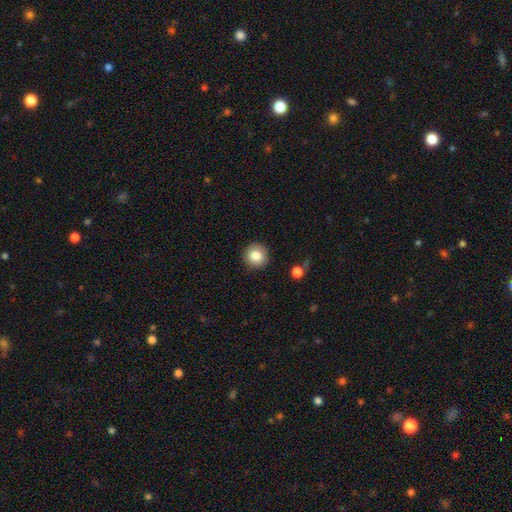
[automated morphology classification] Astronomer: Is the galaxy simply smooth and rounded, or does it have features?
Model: smooth — 84%.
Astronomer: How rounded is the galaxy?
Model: round — 95%.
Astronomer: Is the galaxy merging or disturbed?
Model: none — 90%.